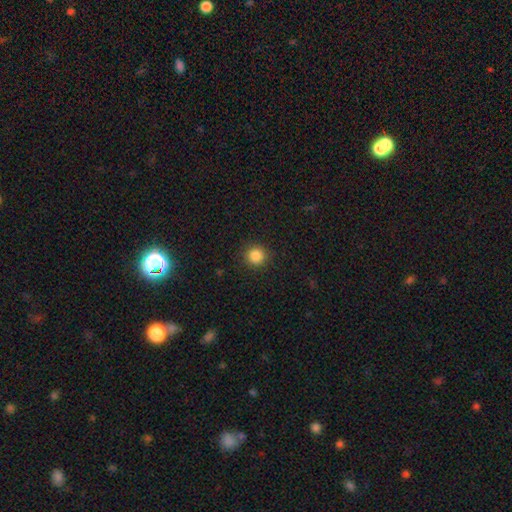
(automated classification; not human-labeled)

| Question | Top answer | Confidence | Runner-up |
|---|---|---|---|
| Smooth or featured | smooth | 86% | star or artifact (11%) |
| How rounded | round | 94% | in between (5%) |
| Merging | none | 91% | minor disturbance (6%) |